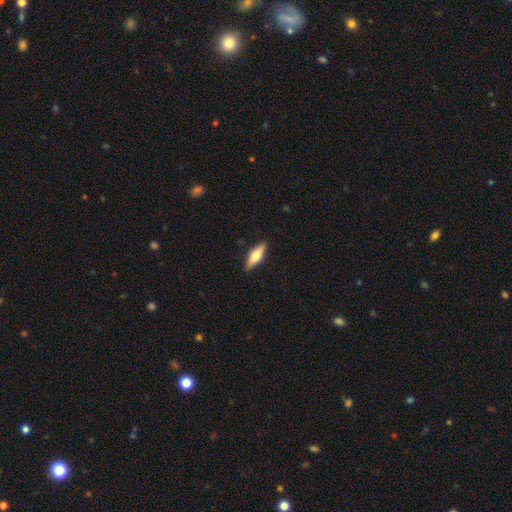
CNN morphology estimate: A smooth galaxy with no disk features (61%) that is in between round and cigar-shaped (53%).

Vote fractions:
- Smooth or featured? smooth: 61% / featured or disk: 34% / star or artifact: 6%
- How rounded? in between: 53% / cigar-shaped: 44% / round: 2%
- Merging? none: 88% / minor disturbance: 9% / major disturbance: 2% / merger: 1%